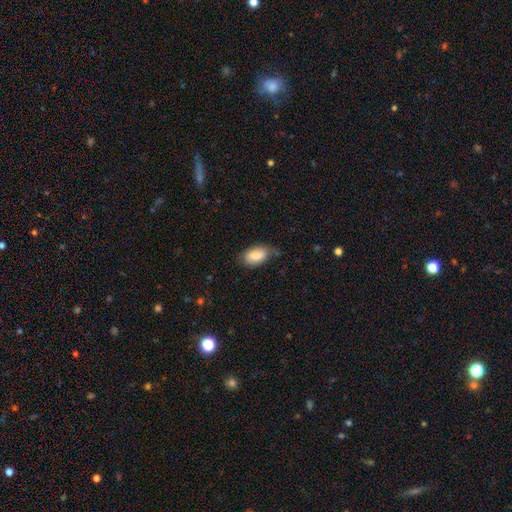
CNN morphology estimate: smooth-or-featured: smooth: 79% | featured or disk: 14% | star or artifact: 7%
  how-rounded: in between: 93% | round: 5% | cigar-shaped: 2%
  merging: none: 61% | minor disturbance: 31% | major disturbance: 6% | merger: 2%